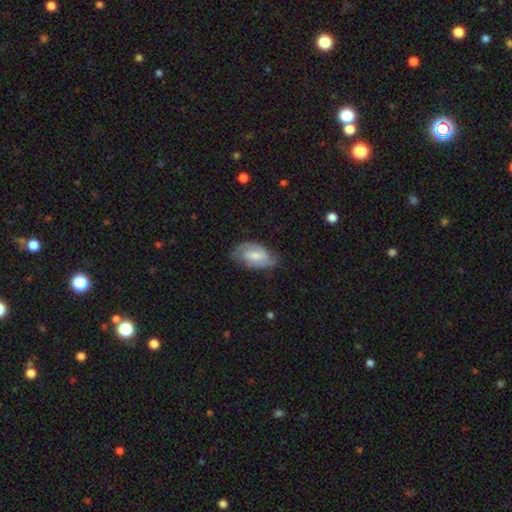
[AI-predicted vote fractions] smooth_or_featured: featured or disk (p=0.61) [alt: smooth p=0.33]
disk_edge_on: no (p=0.95) [alt: yes p=0.05]
bar: weak (p=0.50) [alt: no p=0.33]
has_spiral_arms: yes (p=0.85) [alt: no p=0.15]
bulge_size: moderate (p=0.50) [alt: small p=0.40]
merging: none (p=0.70) [alt: minor disturbance p=0.23]